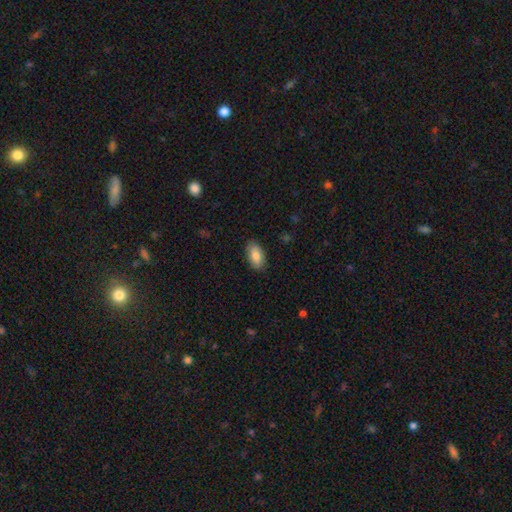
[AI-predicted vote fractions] A smooth galaxy with no disk features (85%) that is in between round and cigar-shaped (92%). Merging: none (88%).